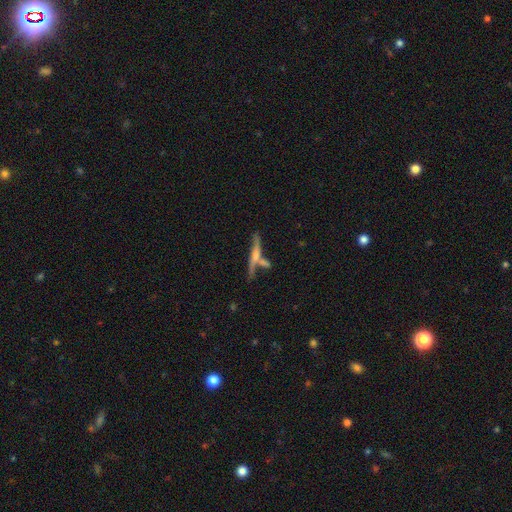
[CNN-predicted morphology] type=featured or disk (64%); edge-on=yes (92%); edge-on bulge=rounded (62%); merging=none (63%).